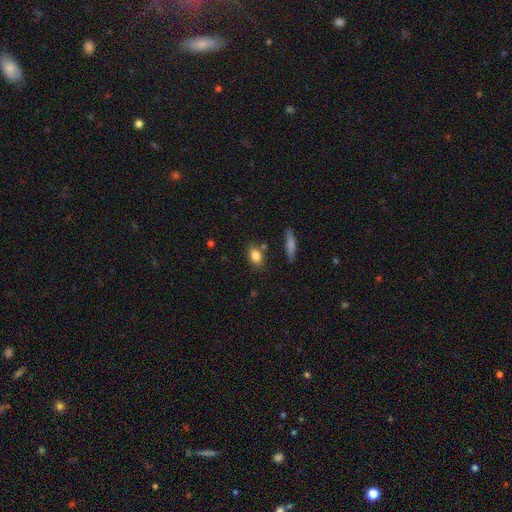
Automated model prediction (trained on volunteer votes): Smooth or featured: smooth — 83% (featured or disk — 9%)
How rounded: in between — 77% (round — 16%)
Merging: none — 75% (minor disturbance — 14%)